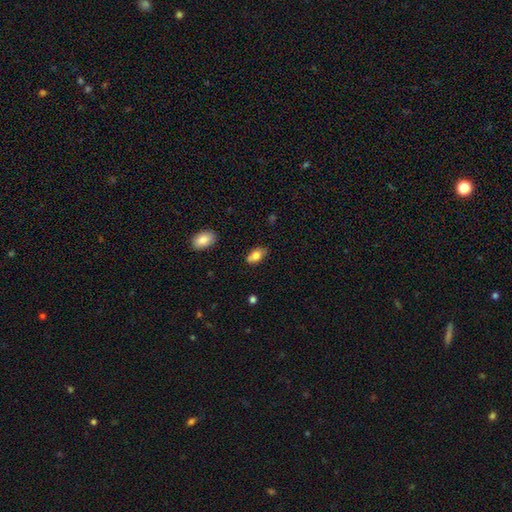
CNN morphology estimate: A smooth galaxy with no disk features (79%) that is in between round and cigar-shaped (90%). Merging: none (72%).